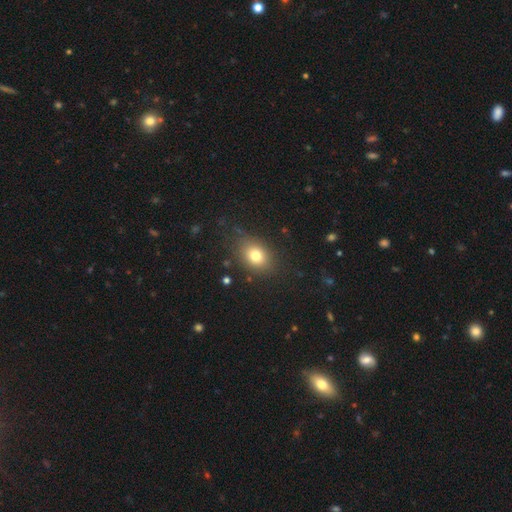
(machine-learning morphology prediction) smooth-or-featured: smooth: 77% | star or artifact: 12% | featured or disk: 11%
  how-rounded: in between: 59% | round: 39% | cigar-shaped: 1%
  merging: none: 79% | minor disturbance: 14% | major disturbance: 5% | merger: 2%